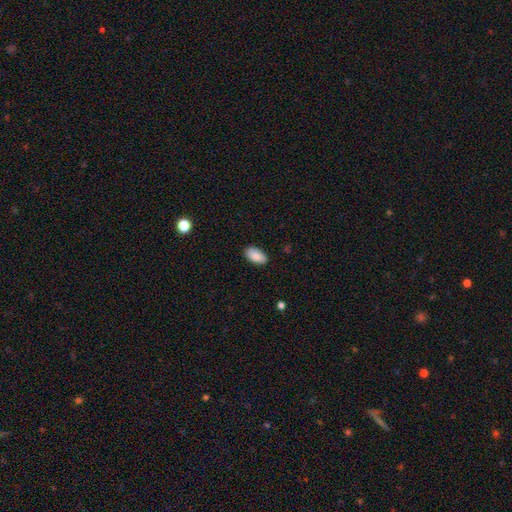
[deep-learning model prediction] A smooth galaxy with no disk features (89%) that is in between round and cigar-shaped (95%). Merging: none (88%).